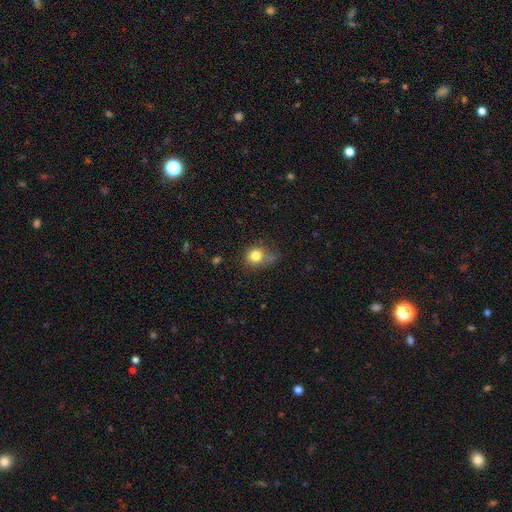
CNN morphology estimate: This appears to be a smooth galaxy with no disk features (81%) that is round (79%). Merging: none (59%).